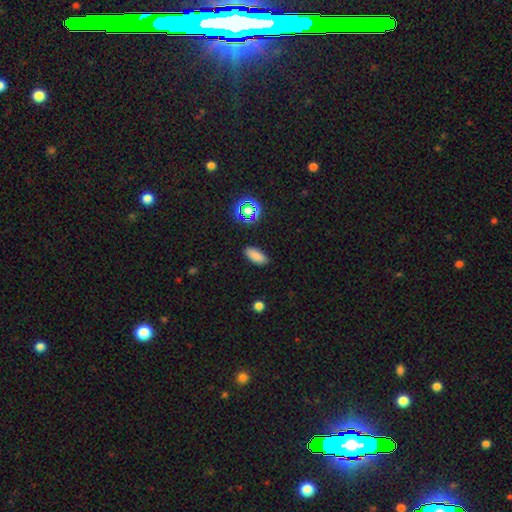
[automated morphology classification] Overall: smooth (82%). How rounded: in between (81%). Merging: none (88%).